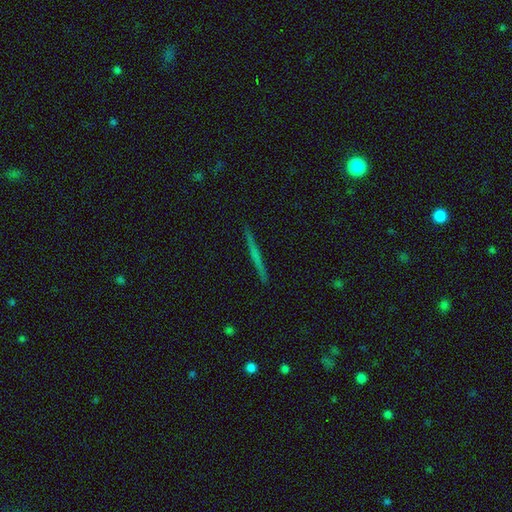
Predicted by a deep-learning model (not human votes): smooth_or_featured: featured or disk (p=0.53) [alt: smooth p=0.39]
disk_edge_on: yes (p=0.98) [alt: no p=0.02]
edge_on_bulge: none (p=0.82) [alt: rounded p=0.13]
merging: none (p=0.92) [alt: minor disturbance p=0.06]